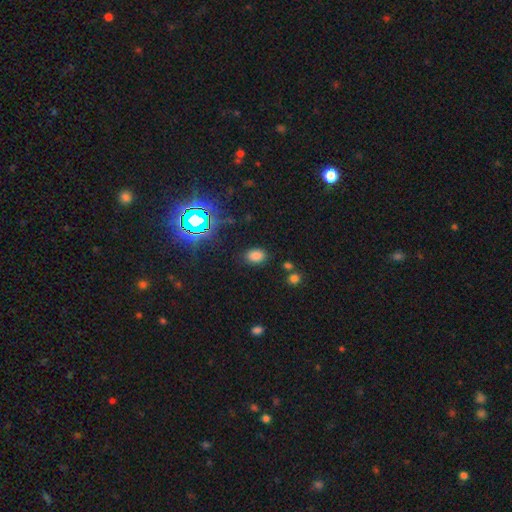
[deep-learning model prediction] Morphology: type=smooth (73%); roundness=in between (82%); merging=none (84%).